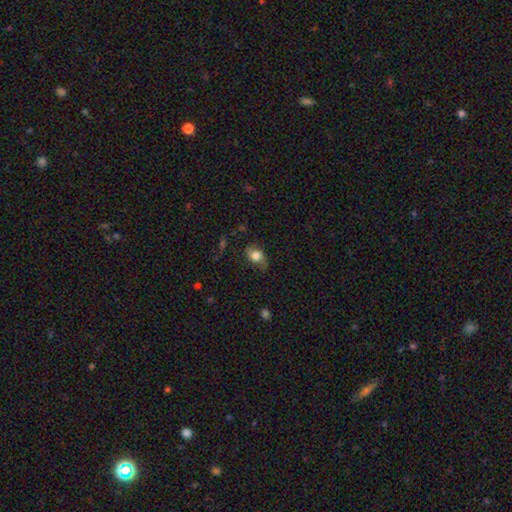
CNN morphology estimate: Smooth or featured? smooth (68%)
How rounded? in between (69%)
Merging? none (60%)